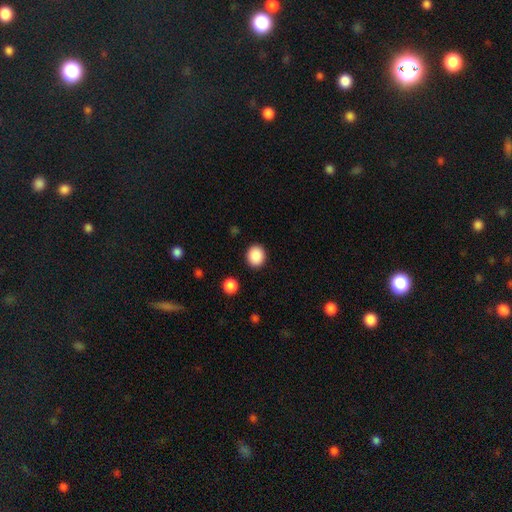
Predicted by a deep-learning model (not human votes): smooth 88%, star or artifact 8%, featured or disk 3%. Down the decision tree: how rounded — round (69%); merging — none (90%).